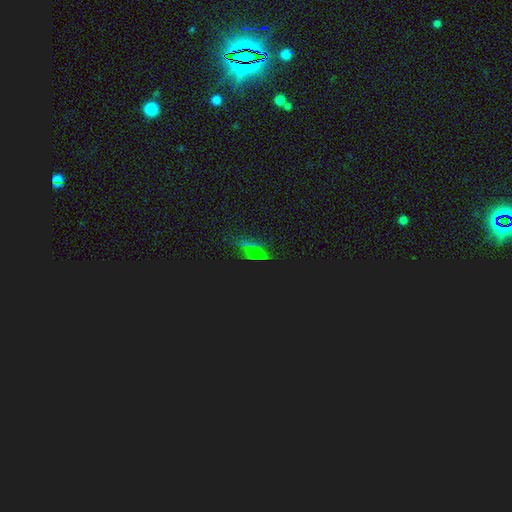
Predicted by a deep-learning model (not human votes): A star or artifact, not a galaxy (67%).

Vote fractions:
- Smooth or featured? star or artifact: 67% / smooth: 21% / featured or disk: 13%